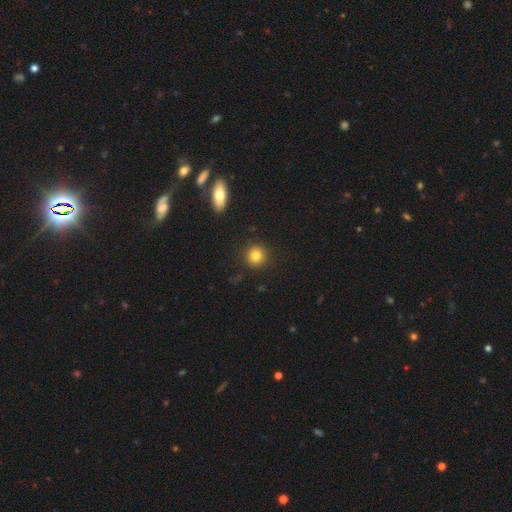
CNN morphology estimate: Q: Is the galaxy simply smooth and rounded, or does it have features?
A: smooth — 83%.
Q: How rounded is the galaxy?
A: round — 93%.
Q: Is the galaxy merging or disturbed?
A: none — 90%.